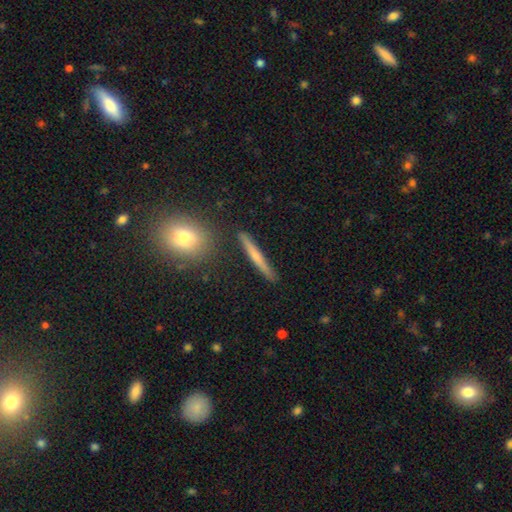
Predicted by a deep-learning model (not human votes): Morphology: type=smooth (54%); roundness=cigar-shaped (92%); merging=none (88%).